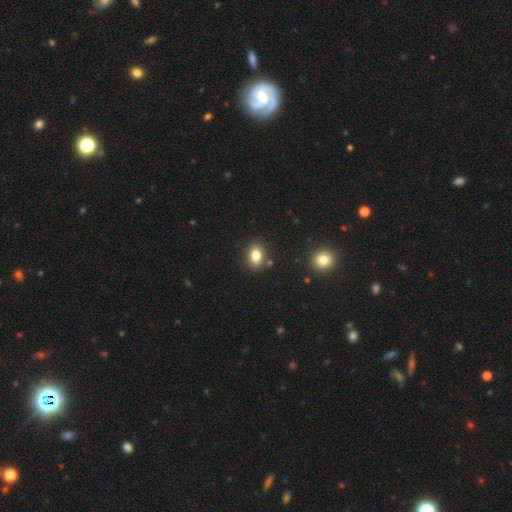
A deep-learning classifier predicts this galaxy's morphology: type=smooth (81%); roundness=in between (70%); merging=none (85%).